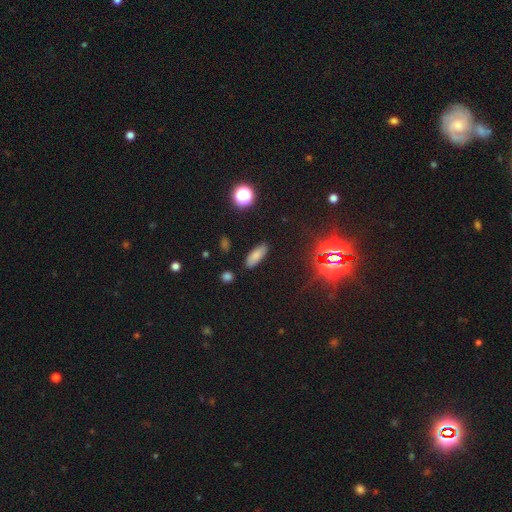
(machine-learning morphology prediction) Q: Smooth or featured?
A: smooth (78%); runner-up: star or artifact (13%)
Q: How rounded?
A: in between (71%); runner-up: cigar-shaped (27%)
Q: Merging?
A: none (87%); runner-up: minor disturbance (9%)